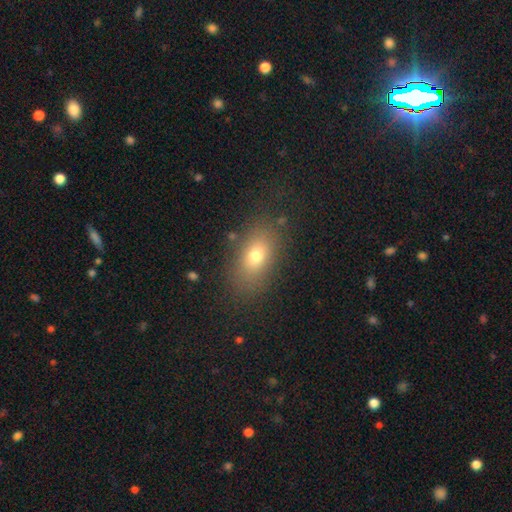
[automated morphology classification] A smooth galaxy with no disk features (72%) that is in between round and cigar-shaped (82%).

Vote fractions:
- Smooth or featured? smooth: 72% / featured or disk: 15% / star or artifact: 13%
- How rounded? in between: 82% / round: 13% / cigar-shaped: 5%
- Merging? none: 81% / minor disturbance: 12% / major disturbance: 5% / merger: 2%